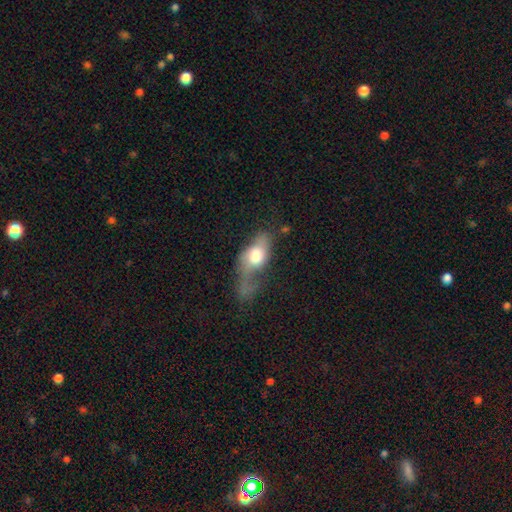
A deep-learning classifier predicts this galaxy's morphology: Smooth or featured? Predicted: smooth (p=0.62). How rounded? Predicted: in between (p=0.81). Merging? Predicted: major disturbance (p=0.54).